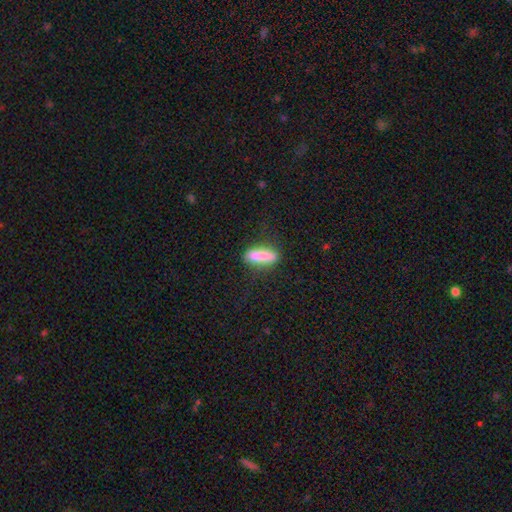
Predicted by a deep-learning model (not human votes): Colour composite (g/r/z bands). It shows a smooth galaxy with no disk features (79%) that is cigar-shaped (71%). Merging: none (78%).